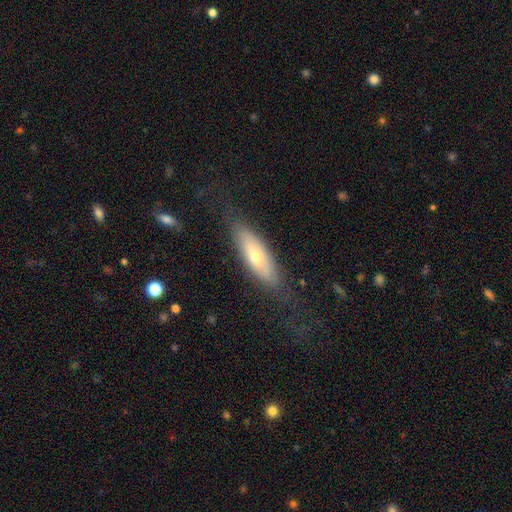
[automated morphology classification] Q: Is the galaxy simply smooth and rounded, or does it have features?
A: smooth — 51%.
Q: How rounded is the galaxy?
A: in between — 55%.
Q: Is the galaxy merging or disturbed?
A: none — 71%.